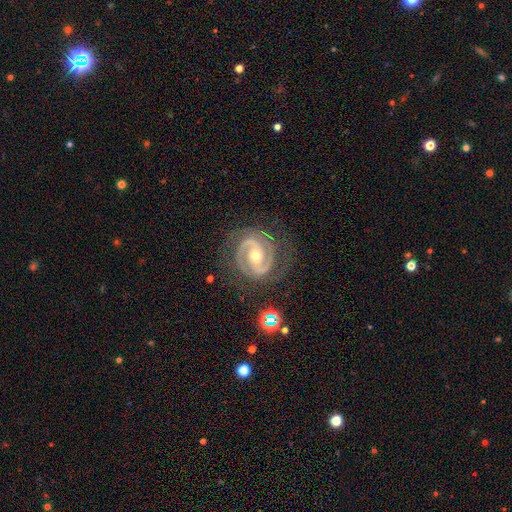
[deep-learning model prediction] This is clearly a featured or disk galaxy (92%). It is clearly not viewed edge-on (98%). Bar: marginally no (36%). Spiral arm pattern: clearly yes (98%). Spiral arm count: clearly 2 (88%). Spiral winding: possibly tight (60%). Central bulge: possibly moderate (50%). Merging: likely none (79%).